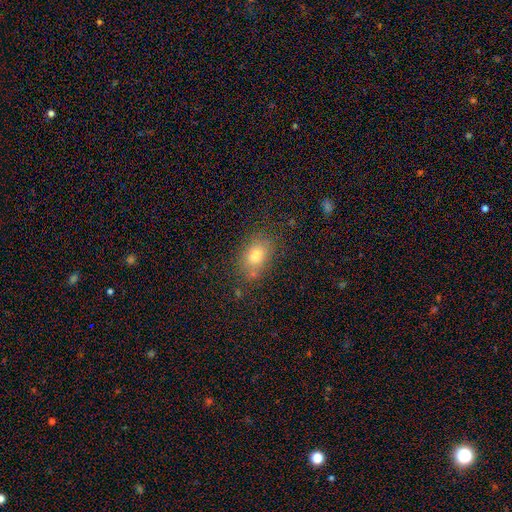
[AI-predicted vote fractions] Smooth or featured? smooth (78%)
How rounded? in between (77%)
Merging? none (74%)